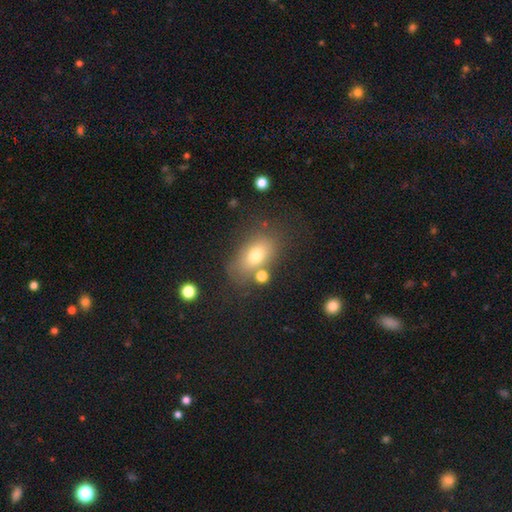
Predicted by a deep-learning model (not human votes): Morphology: type=smooth (71%); roundness=in between (82%); merging=none (68%).